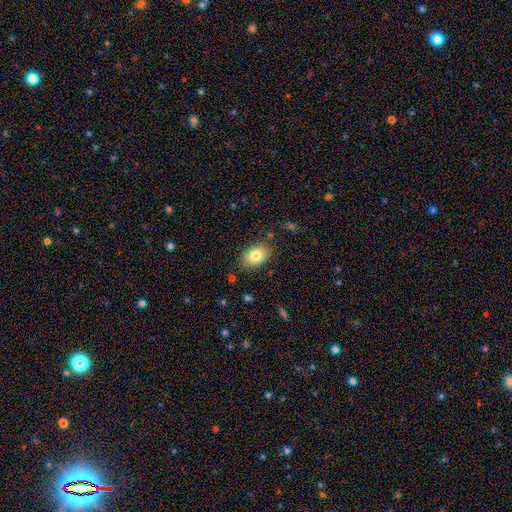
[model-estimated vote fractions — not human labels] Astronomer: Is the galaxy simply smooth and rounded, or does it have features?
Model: smooth — 81%.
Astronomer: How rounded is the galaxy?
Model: in between — 83%.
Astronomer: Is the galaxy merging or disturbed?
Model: none — 84%.